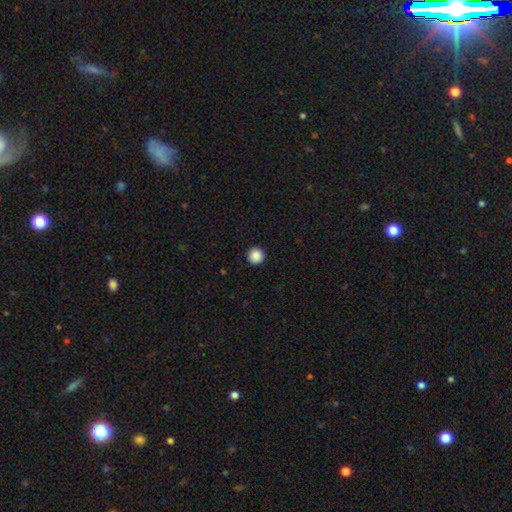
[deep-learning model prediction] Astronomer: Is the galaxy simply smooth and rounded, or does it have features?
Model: smooth — 88%.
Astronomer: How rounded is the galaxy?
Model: round — 97%.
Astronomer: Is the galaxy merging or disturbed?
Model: none — 93%.